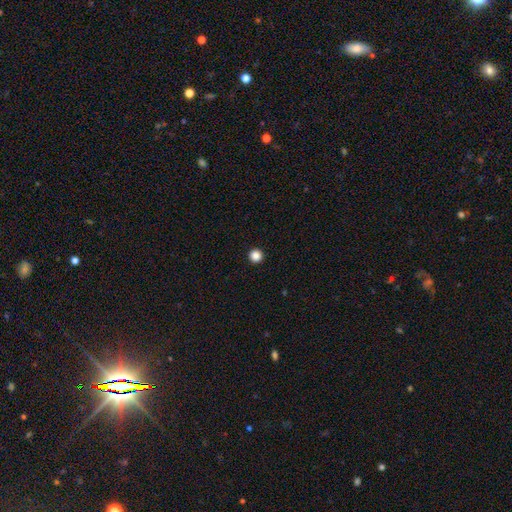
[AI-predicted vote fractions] Morphology: type=smooth (86%); roundness=round (97%); merging=none (95%).